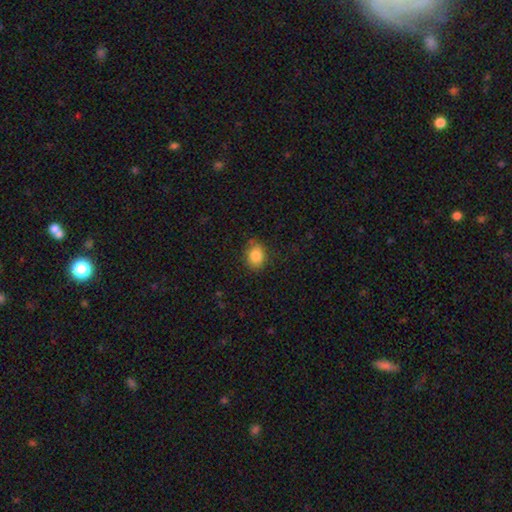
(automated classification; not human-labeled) Smooth or featured? Predicted: smooth (p=0.85). How rounded? Predicted: in between (p=0.57). Merging? Predicted: none (p=0.81).